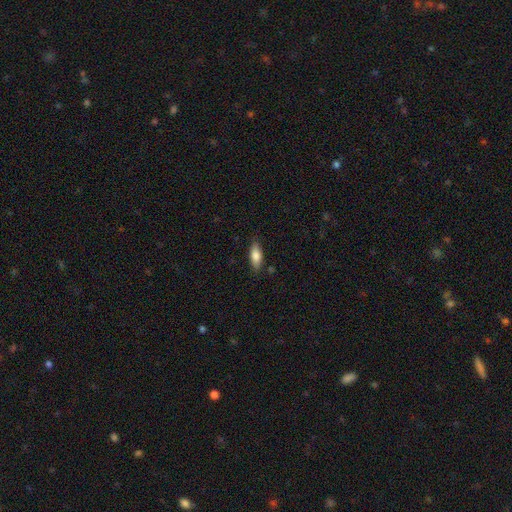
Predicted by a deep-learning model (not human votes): smooth_or_featured: smooth (p=0.80) [alt: featured or disk p=0.14]
how_rounded: in between (p=0.73) [alt: cigar-shaped p=0.25]
merging: none (p=0.84) [alt: minor disturbance p=0.12]